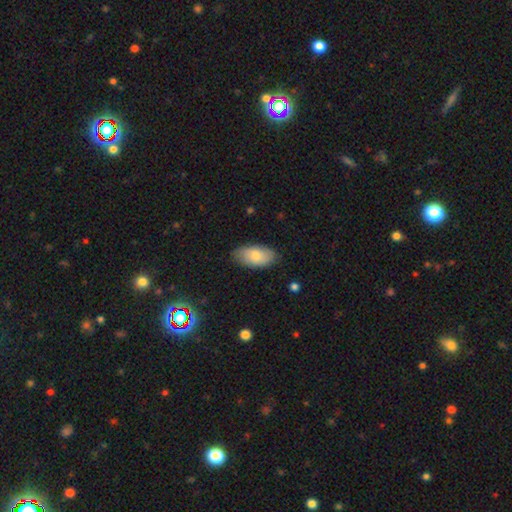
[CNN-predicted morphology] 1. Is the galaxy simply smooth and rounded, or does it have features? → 77% smooth, 17% featured or disk, 7% star or artifact.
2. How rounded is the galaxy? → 94% in between, 3% cigar-shaped, 3% round.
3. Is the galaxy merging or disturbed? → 83% none, 13% minor disturbance, 2% major disturbance, 1% merger.